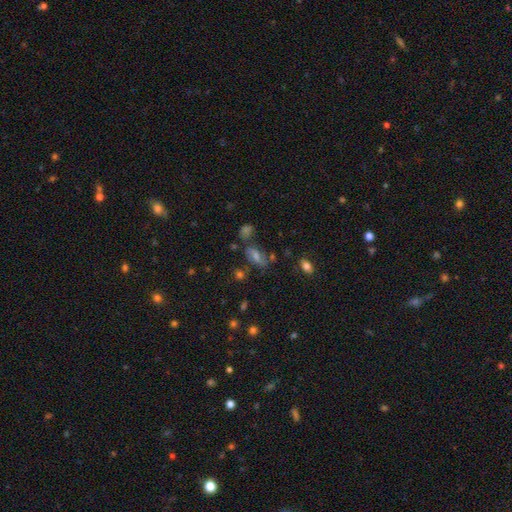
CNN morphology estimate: A smooth galaxy with no disk features (38%). Merging: none (59%).